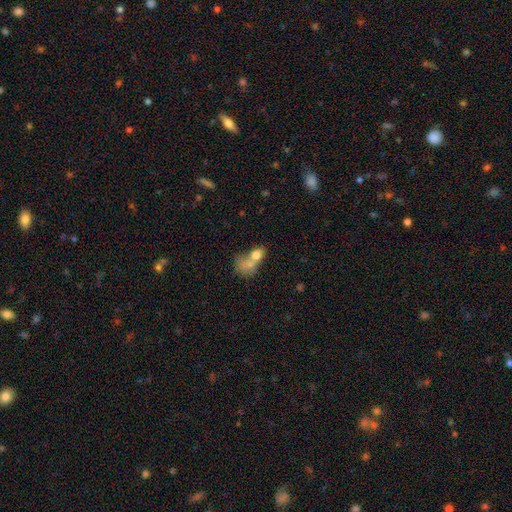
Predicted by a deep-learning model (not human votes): A smooth galaxy with no disk features (69%) that is in between round and cigar-shaped (59%).

Vote fractions:
- Smooth or featured? smooth: 69% / featured or disk: 18% / star or artifact: 13%
- How rounded? in between: 59% / round: 38% / cigar-shaped: 3%
- Merging? merger: 62% / none: 22% / minor disturbance: 8% / major disturbance: 8%